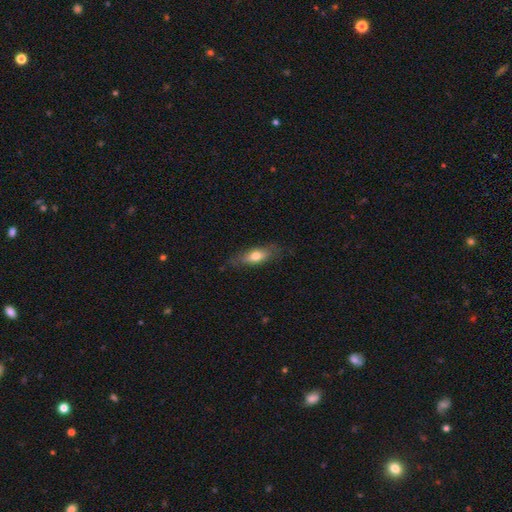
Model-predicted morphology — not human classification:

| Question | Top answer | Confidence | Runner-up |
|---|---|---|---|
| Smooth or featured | smooth | 66% | featured or disk (27%) |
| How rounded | in between | 65% | cigar-shaped (32%) |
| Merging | none | 75% | minor disturbance (19%) |